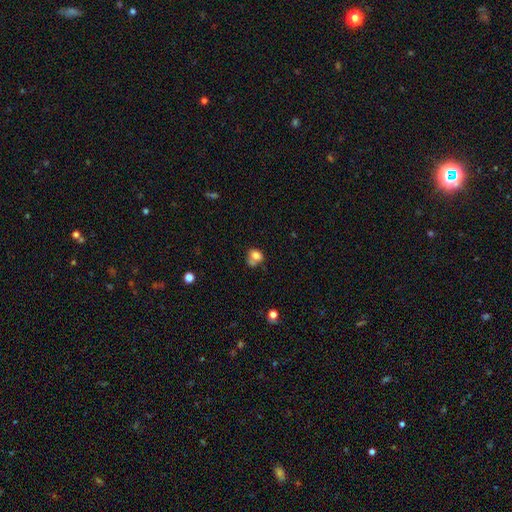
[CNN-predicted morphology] Smooth or featured: smooth — 76% (featured or disk — 12%)
How rounded: in between — 53% (round — 46%)
Merging: none — 36% (merger — 33%)